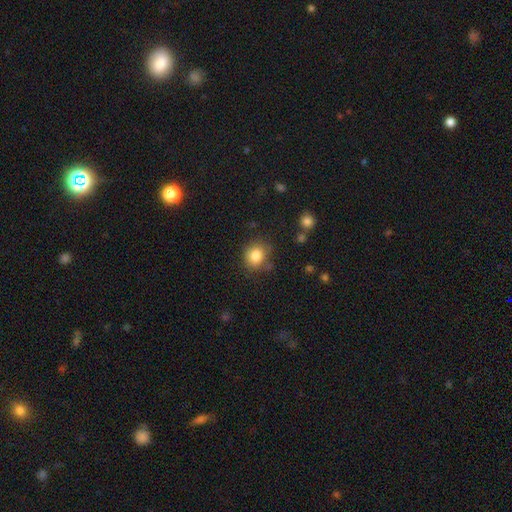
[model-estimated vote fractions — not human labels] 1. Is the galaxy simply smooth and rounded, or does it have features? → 83% smooth, 10% star or artifact, 7% featured or disk.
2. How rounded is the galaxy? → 72% round, 27% in between, 1% cigar-shaped.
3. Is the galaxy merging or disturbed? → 76% none, 16% minor disturbance, 4% major disturbance, 3% merger.